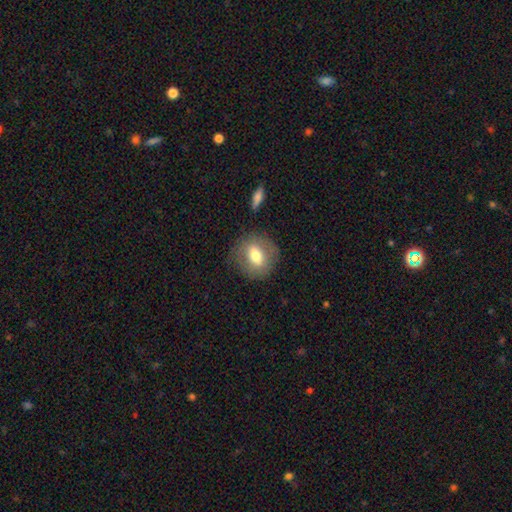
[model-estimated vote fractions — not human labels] This is likely a smooth galaxy (61%). How rounded: likely round (68%). Merging: clearly none (81%).